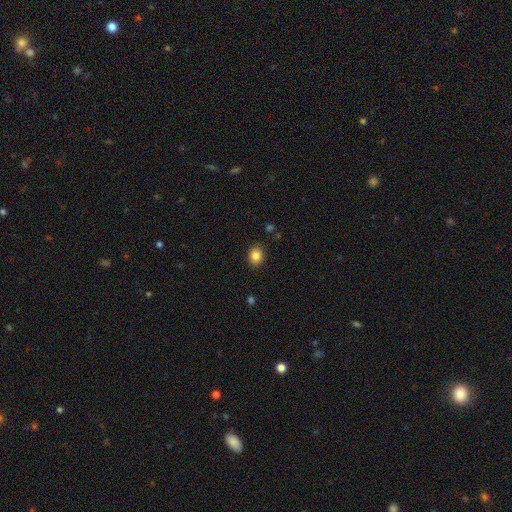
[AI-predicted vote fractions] Smooth or featured: smooth — 84% (star or artifact — 10%)
How rounded: round — 53% (in between — 47%)
Merging: none — 88% (minor disturbance — 8%)